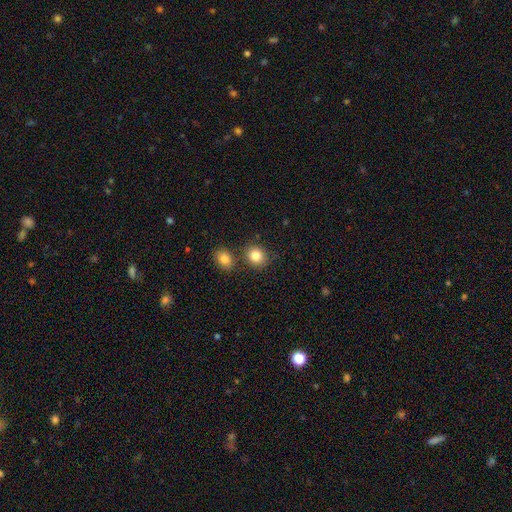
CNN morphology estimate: Q: Smooth or featured?
A: smooth (84%); runner-up: star or artifact (9%)
Q: How rounded?
A: round (71%); runner-up: in between (28%)
Q: Merging?
A: none (74%); runner-up: merger (13%)